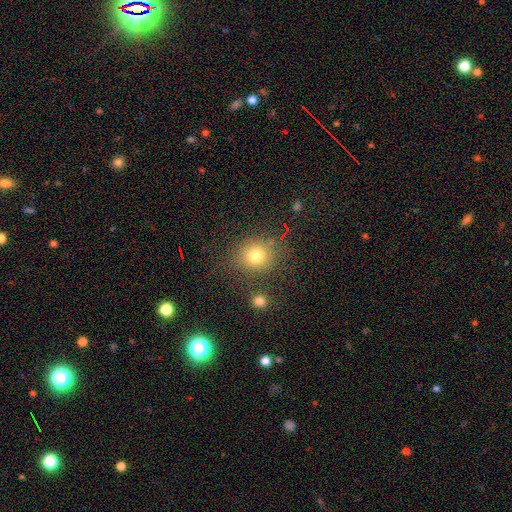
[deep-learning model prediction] The model was most divided on "how rounded": round: 79%, in between: 20%, cigar-shaped: 1%. More confident: smooth or featured — smooth (77%); merging — none (76%).